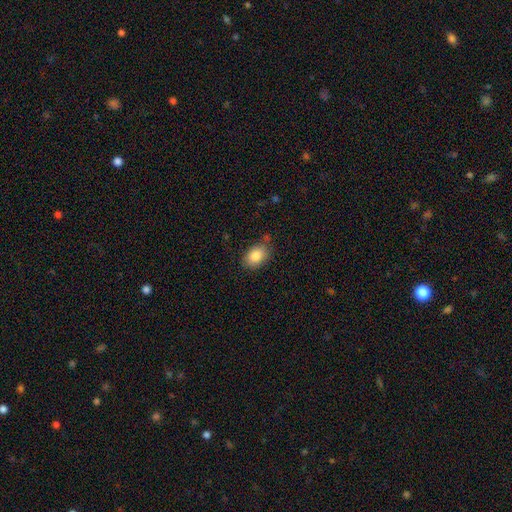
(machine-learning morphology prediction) type=smooth (85%); roundness=in between (82%); merging=none (73%).